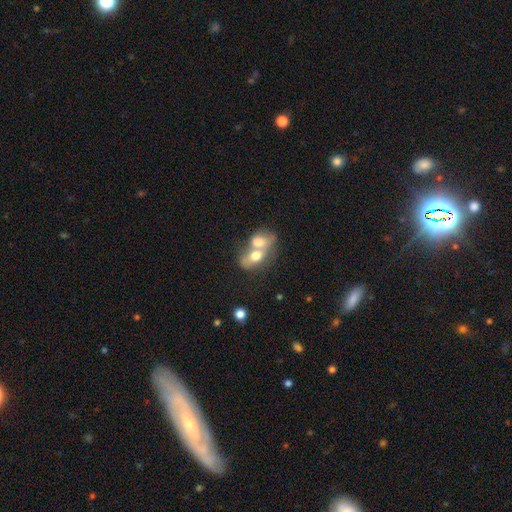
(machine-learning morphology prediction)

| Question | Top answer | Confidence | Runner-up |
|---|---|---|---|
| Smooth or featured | smooth | 65% | featured or disk (27%) |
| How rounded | in between | 75% | round (23%) |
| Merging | merger | 78% | none (11%) |